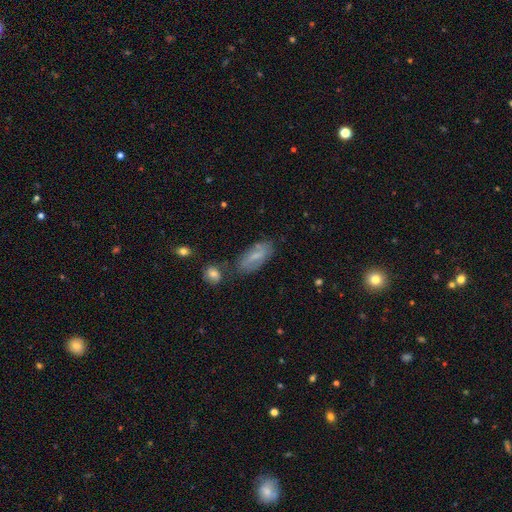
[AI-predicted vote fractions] The model was most divided on "smooth or featured": smooth: 54%, featured or disk: 38%, star or artifact: 9%. More confident: how rounded — in between (79%); merging — none (69%).